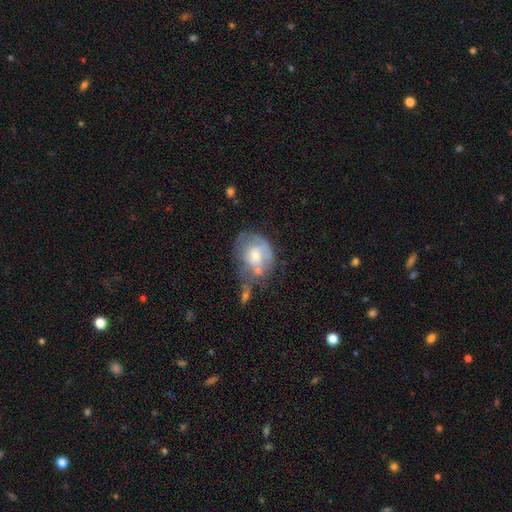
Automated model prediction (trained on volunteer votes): smooth 51%, featured or disk 41%, star or artifact 8%. Down the decision tree: how rounded — in between (54%); merging — none (28%).